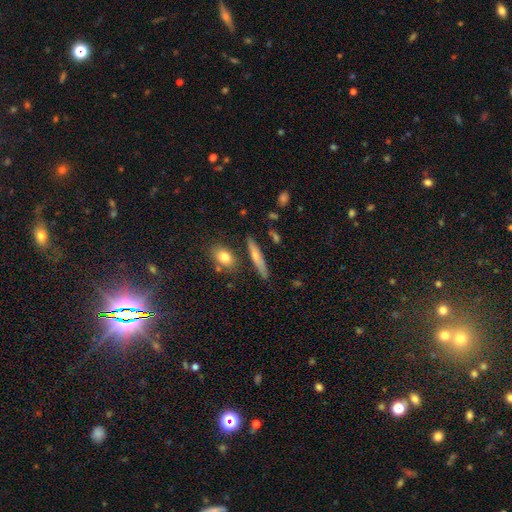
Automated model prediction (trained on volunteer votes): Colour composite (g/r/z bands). It shows a smooth galaxy with no disk features (48%). Merging: none (83%).